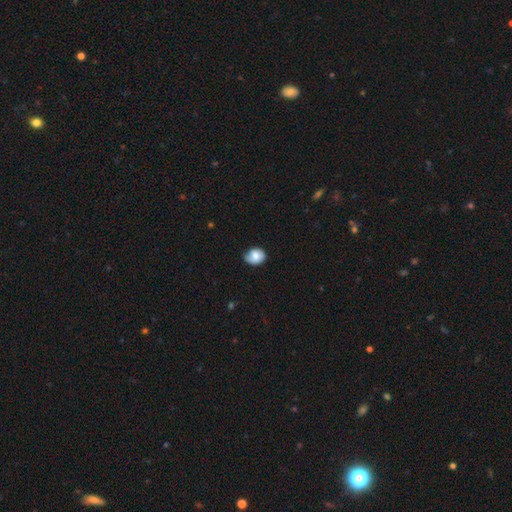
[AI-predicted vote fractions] Morphology: type=smooth (70%); roundness=round (55%); merging=none (56%).